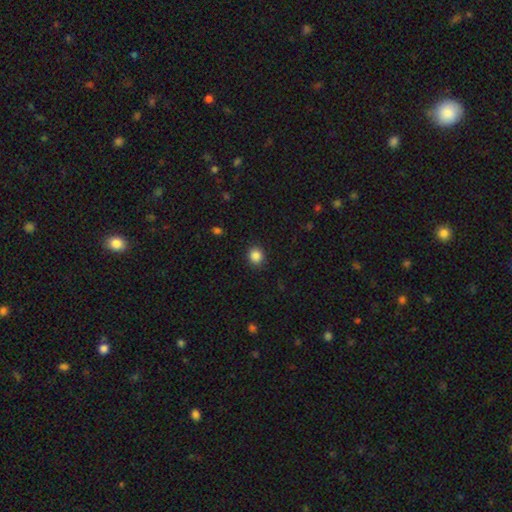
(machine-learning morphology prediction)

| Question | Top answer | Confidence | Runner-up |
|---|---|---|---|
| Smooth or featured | smooth | 86% | star or artifact (10%) |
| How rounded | round | 83% | in between (16%) |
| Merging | none | 90% | minor disturbance (7%) |